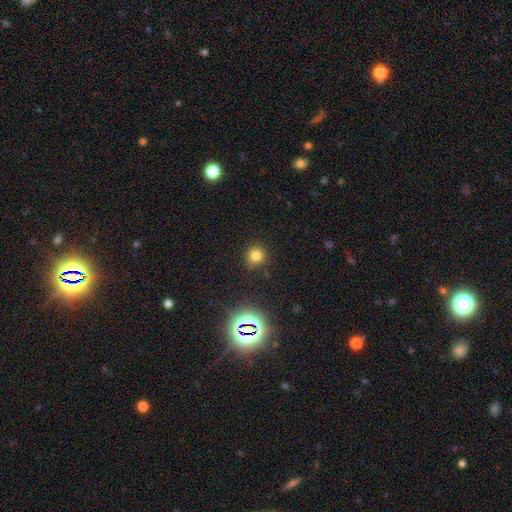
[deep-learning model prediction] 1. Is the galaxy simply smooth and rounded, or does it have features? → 75% smooth, 19% star or artifact, 7% featured or disk.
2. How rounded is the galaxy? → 91% round, 7% in between, 1% cigar-shaped.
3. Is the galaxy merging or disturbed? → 81% none, 13% minor disturbance, 4% major disturbance, 3% merger.